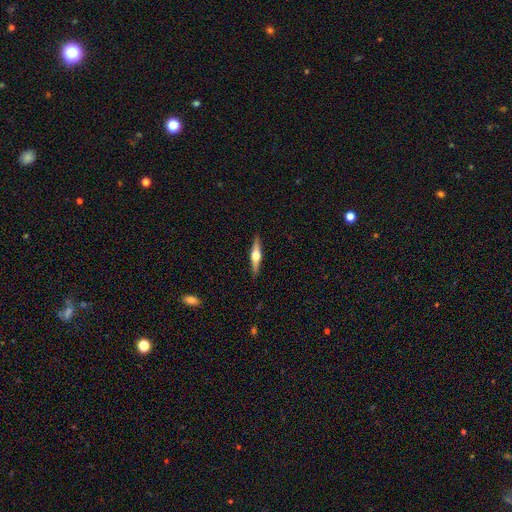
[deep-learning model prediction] Smooth or featured? featured or disk (68%)
Edge-on disk? yes (97%)
Edge-on bulge? rounded (95%)
Merging? none (91%)